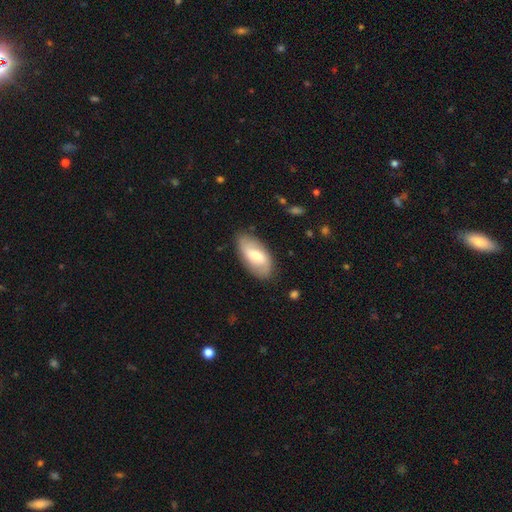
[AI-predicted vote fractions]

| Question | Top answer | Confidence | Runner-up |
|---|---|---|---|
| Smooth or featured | smooth | 54% | featured or disk (40%) |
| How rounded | in between | 92% | cigar-shaped (5%) |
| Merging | none | 81% | minor disturbance (14%) |